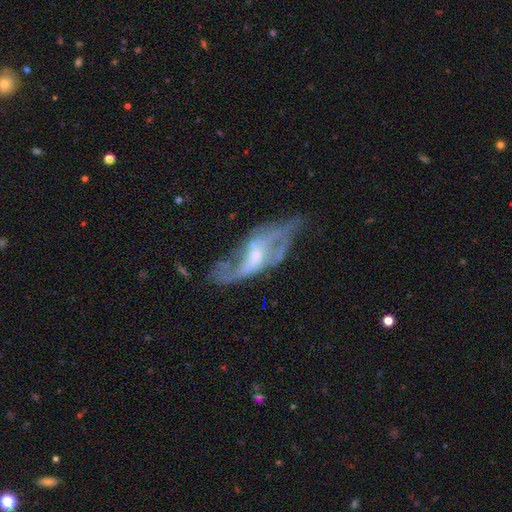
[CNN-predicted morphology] Smooth or featured: featured or disk — 81% (smooth — 12%)
Edge-on disk: no — 90% (yes — 10%)
Bar: weak — 43% (tied with no — 43%)
Spiral arms: yes — 83% (no — 17%)
Spiral winding: loose — 56% (medium — 33%)
Spiral arm count: 2 — 74% (can't tell — 13%)
Bulge size: moderate — 44% (small — 40%)
Merging: none — 44% (major disturbance — 28%)